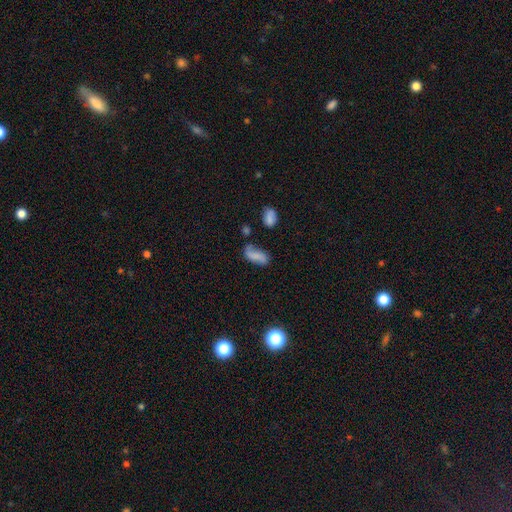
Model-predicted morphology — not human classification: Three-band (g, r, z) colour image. It shows a smooth galaxy with no disk features (57%) that is in between round and cigar-shaped (86%). Merging: none (51%).